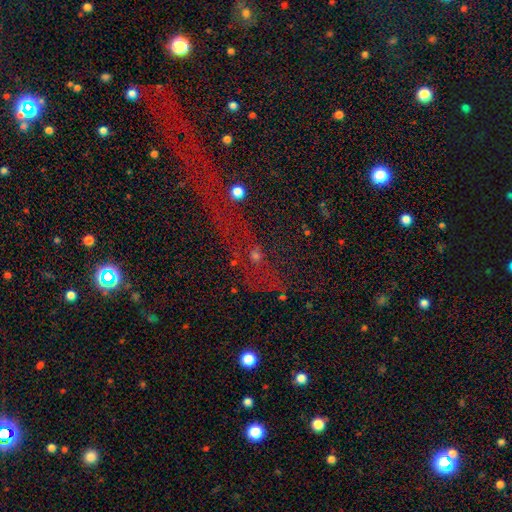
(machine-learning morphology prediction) star or artifact 49%, smooth 28%, featured or disk 23%.